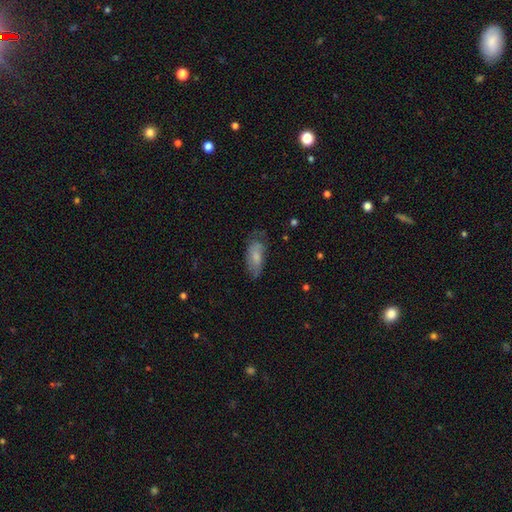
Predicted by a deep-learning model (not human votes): Overall: smooth (65%; featured or disk 27%). How rounded: in between (79%). Merging: none (57%; minor disturbance 29%).